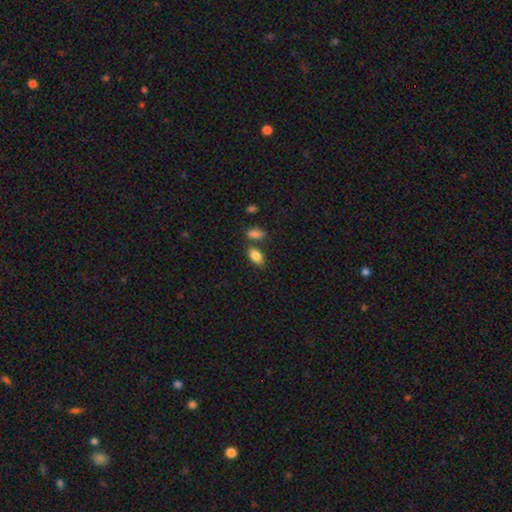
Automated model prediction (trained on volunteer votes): This appears to be a smooth galaxy with no disk features (86%) that is in between round and cigar-shaped (90%). Merging: none (66%).